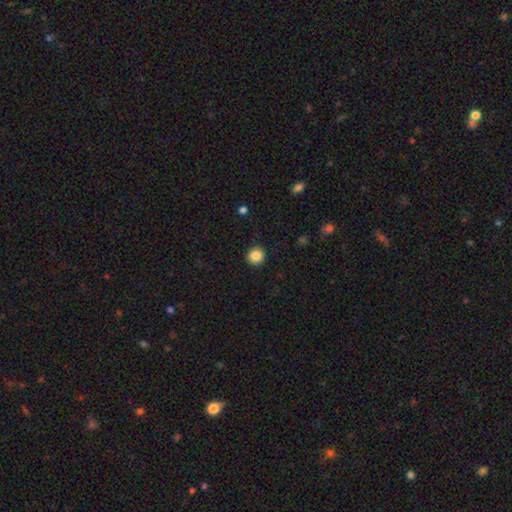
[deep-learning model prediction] A smooth galaxy with no disk features (86%) that is round (93%). Merging: none (93%).